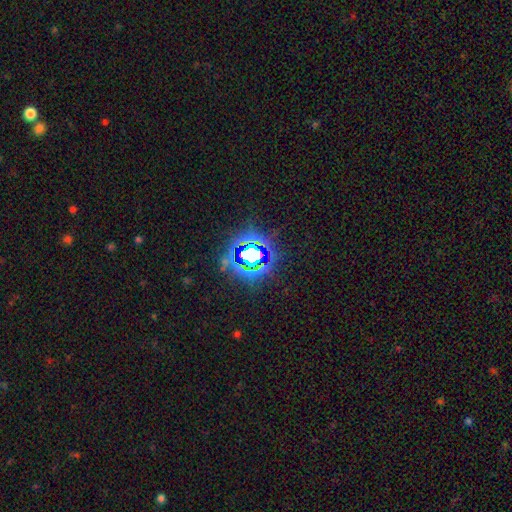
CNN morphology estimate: smooth-or-featured: star or artifact: 75% | smooth: 15% | featured or disk: 10%